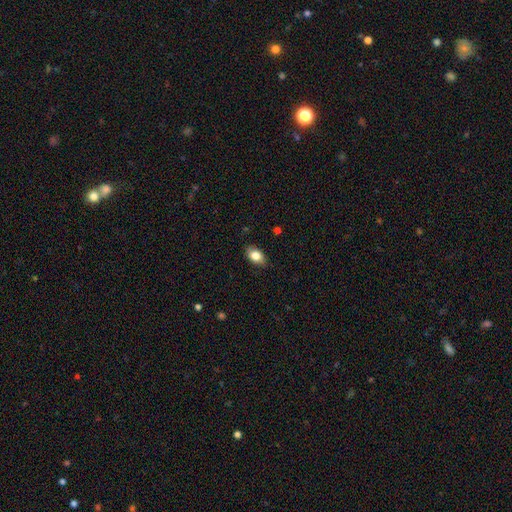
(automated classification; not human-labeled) smooth_or_featured: smooth (p=0.81) [alt: featured or disk p=0.12]
how_rounded: in between (p=0.88) [alt: round p=0.10]
merging: none (p=0.84) [alt: minor disturbance p=0.13]